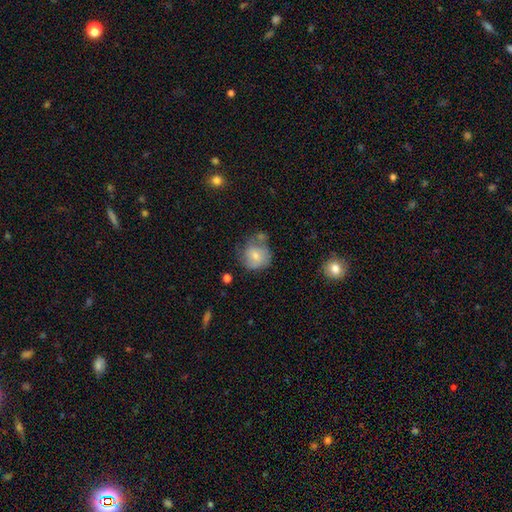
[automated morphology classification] type=smooth (65%); roundness=round (81%); merging=none (46%).